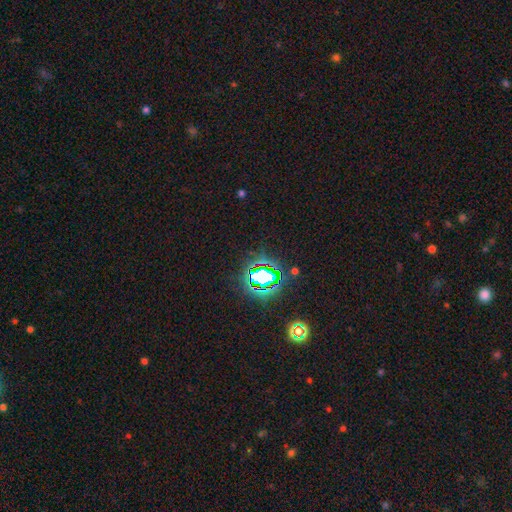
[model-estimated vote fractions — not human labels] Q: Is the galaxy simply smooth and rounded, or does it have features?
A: star or artifact — 82%.